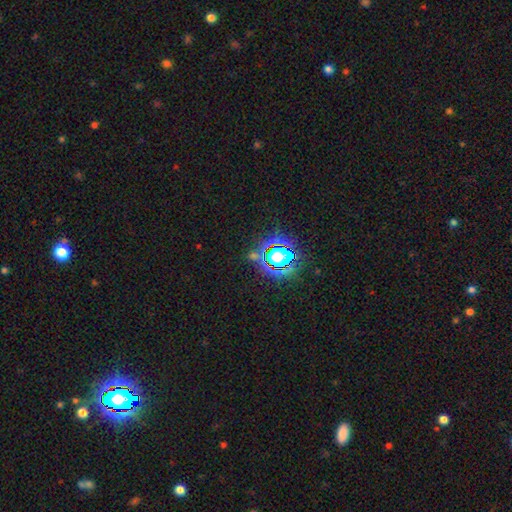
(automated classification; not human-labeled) This is likely a star or artifact rather than a galaxy (73%).